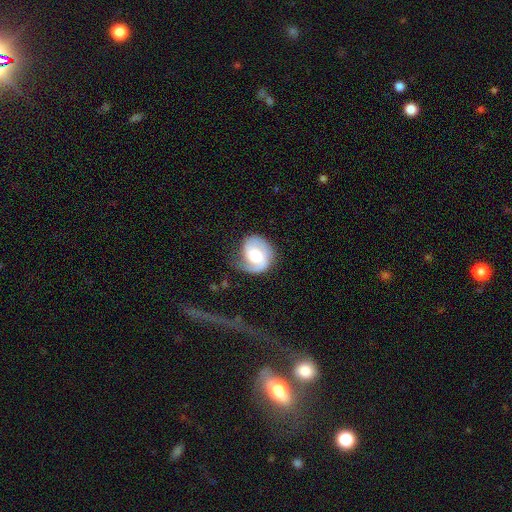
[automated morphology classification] Smooth or featured: featured or disk — 77% (smooth — 18%)
Edge-on disk: no — 98% (yes — 2%)
Bar: no — 50% (weak — 39%)
Spiral arms: yes — 95% (no — 5%)
Spiral winding: medium — 43% (tight — 34%)
Spiral arm count: 2 — 66% (1 — 26%)
Bulge size: moderate — 50% (large — 30%)
Merging: none — 61% (minor disturbance — 23%)